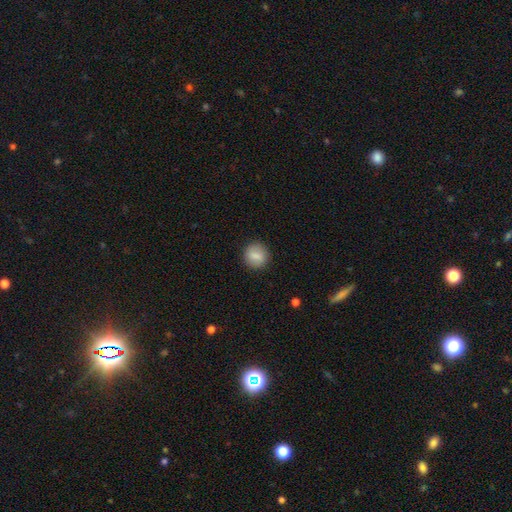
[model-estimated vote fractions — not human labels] smooth-or-featured: smooth: 81% | featured or disk: 11% | star or artifact: 8%
  how-rounded: round: 86% | in between: 13% | cigar-shaped: 1%
  merging: none: 88% | minor disturbance: 8% | major disturbance: 2% | merger: 1%